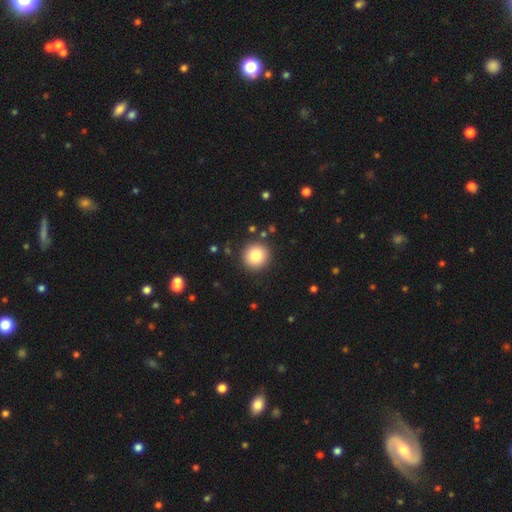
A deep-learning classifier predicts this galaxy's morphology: The model was most divided on "smooth or featured": smooth: 83%, star or artifact: 10%, featured or disk: 7%. More confident: how rounded — round (95%); merging — none (90%).